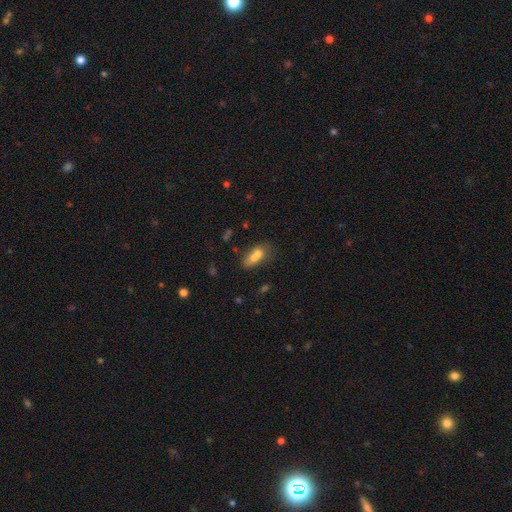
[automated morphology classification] Smooth or featured?
  - smooth: 68% *
  - featured or disk: 21%
  - star or artifact: 11%
How rounded?
  - in between: 72% *
  - round: 19%
  - cigar-shaped: 9%
Merging?
  - merger: 59% *
  - none: 25%
  - minor disturbance: 10%
  - major disturbance: 6%